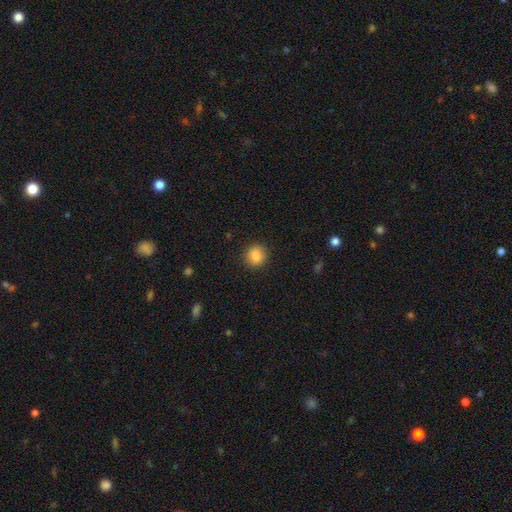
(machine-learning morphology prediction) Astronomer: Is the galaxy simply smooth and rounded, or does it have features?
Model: smooth — 87%.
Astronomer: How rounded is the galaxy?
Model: round — 84%.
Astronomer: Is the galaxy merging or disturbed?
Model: none — 89%.